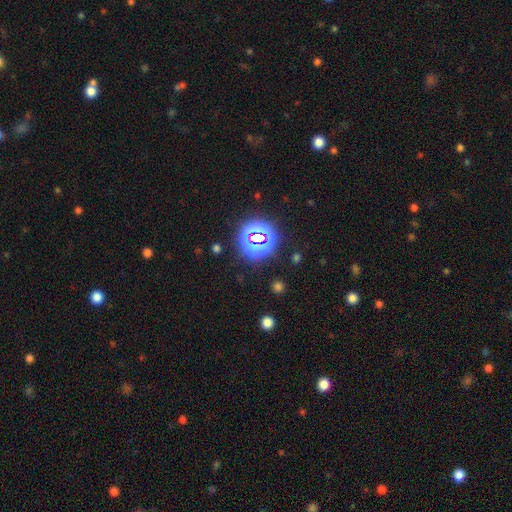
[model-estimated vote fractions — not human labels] Morphology: type=star or artifact (78%).